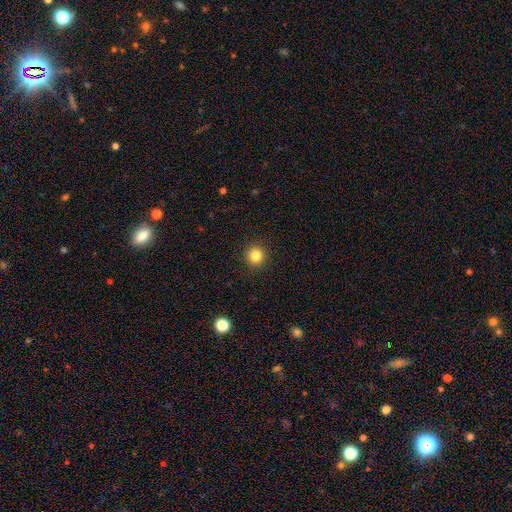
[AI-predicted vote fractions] A smooth galaxy with no disk features (84%) that is round (93%).

Vote fractions:
- Smooth or featured? smooth: 84% / star or artifact: 11% / featured or disk: 5%
- How rounded? round: 93% / in between: 6% / cigar-shaped: 1%
- Merging? none: 92% / minor disturbance: 5% / major disturbance: 2% / merger: 1%